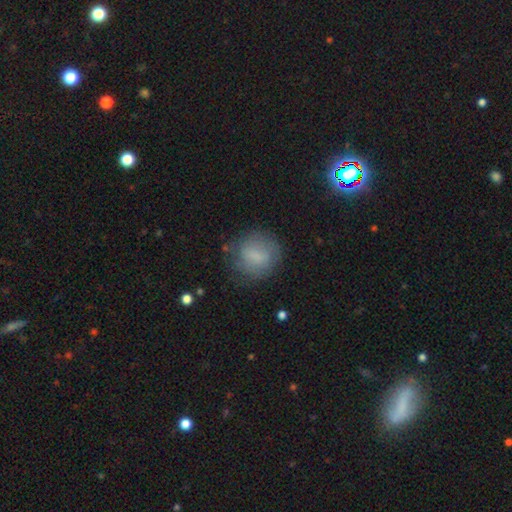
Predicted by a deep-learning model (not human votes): Smooth or featured? Predicted: smooth (p=0.72). How rounded? Predicted: round (p=0.81). Merging? Predicted: none (p=0.71).